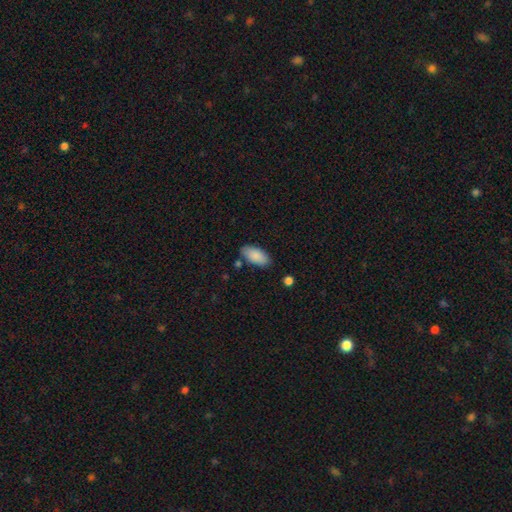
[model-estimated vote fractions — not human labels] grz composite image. It shows a smooth galaxy with no disk features (88%) that is in between round and cigar-shaped (92%). Merging: none (79%).